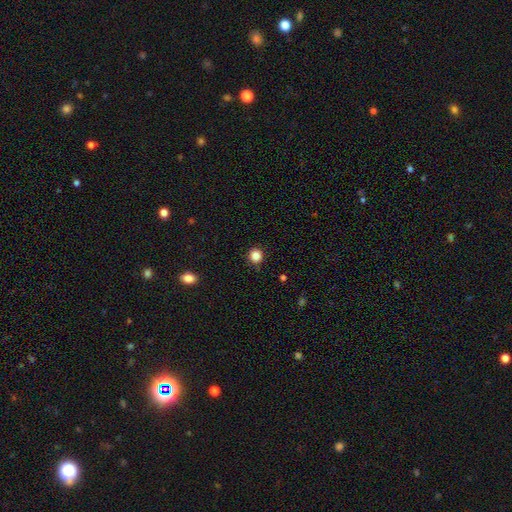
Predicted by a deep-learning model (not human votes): A smooth galaxy with no disk features (85%) that is round (92%).

Vote fractions:
- Smooth or featured? smooth: 85% / star or artifact: 12% / featured or disk: 4%
- How rounded? round: 92% / in between: 7% / cigar-shaped: 1%
- Merging? none: 90% / minor disturbance: 7% / major disturbance: 2% / merger: 1%